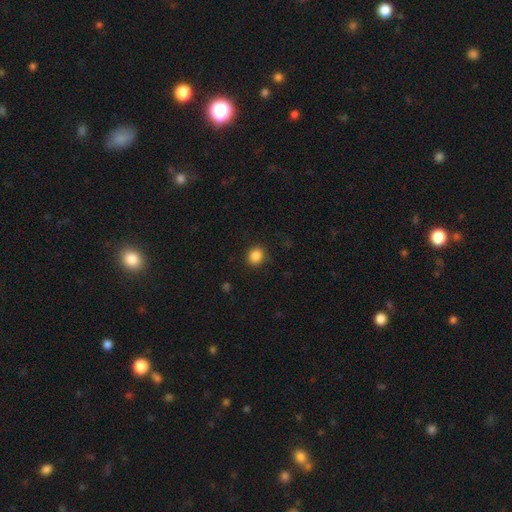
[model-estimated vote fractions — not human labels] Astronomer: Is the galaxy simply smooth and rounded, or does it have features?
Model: smooth — 86%.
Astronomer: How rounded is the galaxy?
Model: round — 77%.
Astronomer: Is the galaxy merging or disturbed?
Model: none — 88%.